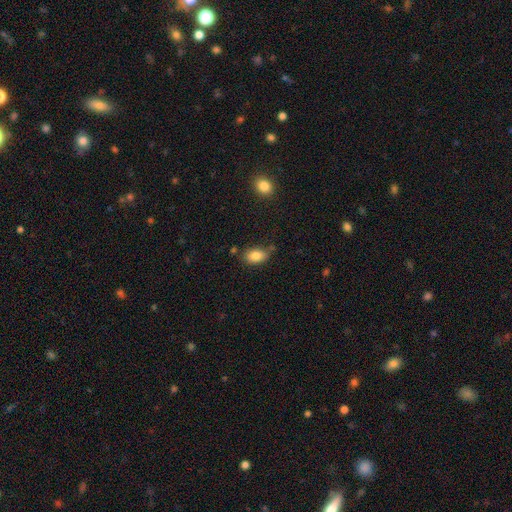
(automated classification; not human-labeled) This appears to be a smooth galaxy with no disk features (84%) that is in between round and cigar-shaped (89%). Merging: none (71%).